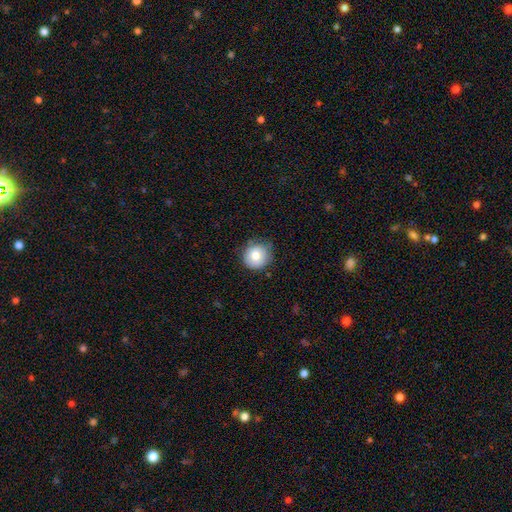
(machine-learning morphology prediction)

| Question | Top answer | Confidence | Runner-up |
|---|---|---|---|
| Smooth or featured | smooth | 77% | featured or disk (14%) |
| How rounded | round | 92% | in between (7%) |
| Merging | none | 75% | minor disturbance (20%) |